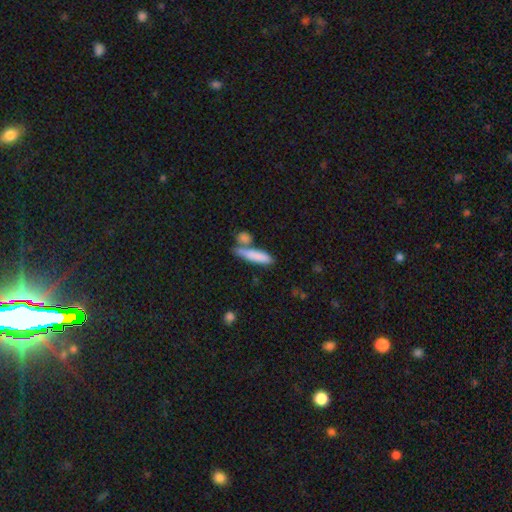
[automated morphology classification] Smooth or featured: smooth — 80% (featured or disk — 14%)
How rounded: cigar-shaped — 72% (in between — 25%)
Merging: none — 53% (merger — 29%)